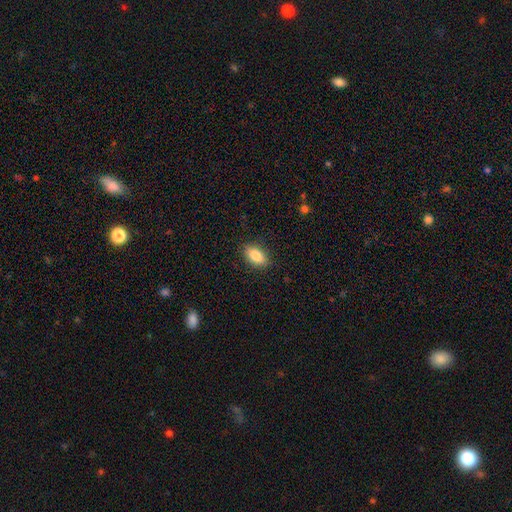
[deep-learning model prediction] A smooth galaxy with no disk features (84%) that is in between round and cigar-shaped (89%).

Vote fractions:
- Smooth or featured? smooth: 84% / featured or disk: 9% / star or artifact: 7%
- How rounded? in between: 89% / round: 6% / cigar-shaped: 5%
- Merging? none: 88% / minor disturbance: 9% / major disturbance: 2% / merger: 1%